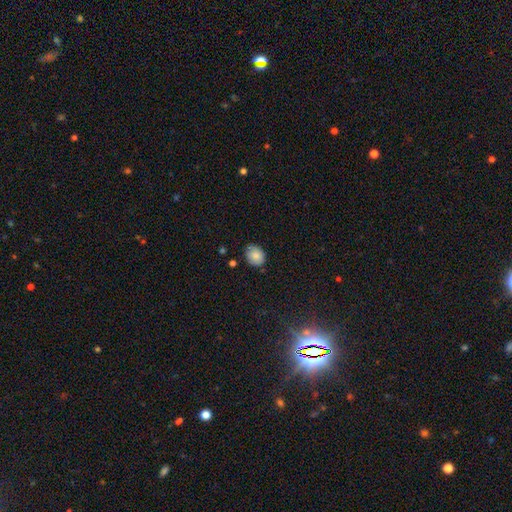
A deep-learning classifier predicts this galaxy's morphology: This appears to be a smooth galaxy with no disk features (83%) that is in between round and cigar-shaped (51%). Merging: none (73%).